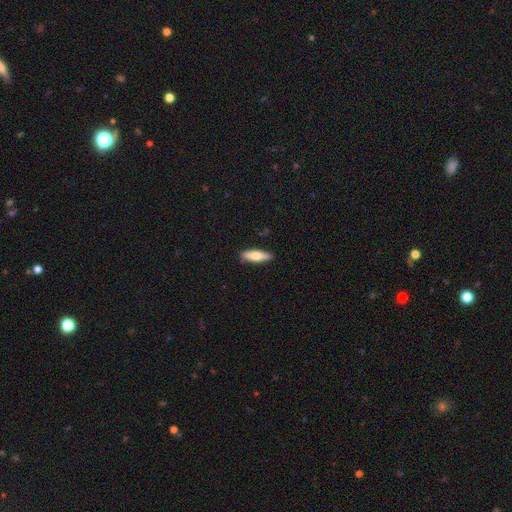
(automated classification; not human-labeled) Smooth or featured?
  - smooth: 72% *
  - featured or disk: 22%
  - star or artifact: 6%
How rounded?
  - cigar-shaped: 56% *
  - in between: 42%
  - round: 2%
Merging?
  - none: 86% *
  - minor disturbance: 10%
  - major disturbance: 2%
  - merger: 1%